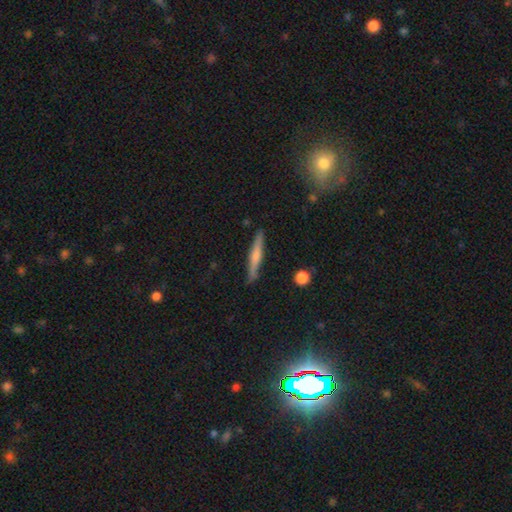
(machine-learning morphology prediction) Smooth or featured? Predicted: featured or disk (p=0.58). Edge-on disk? Predicted: yes (p=0.95). Edge-on bulge? Predicted: rounded (p=0.76). Merging? Predicted: none (p=0.88).